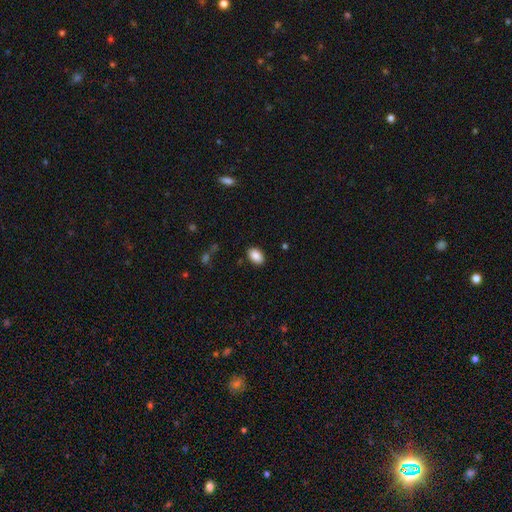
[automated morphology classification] A smooth galaxy with no disk features (88%) that is in between round and cigar-shaped (86%).

Vote fractions:
- Smooth or featured? smooth: 88% / star or artifact: 8% / featured or disk: 4%
- How rounded? in between: 86% / round: 13% / cigar-shaped: 1%
- Merging? none: 88% / minor disturbance: 9% / major disturbance: 2% / merger: 1%